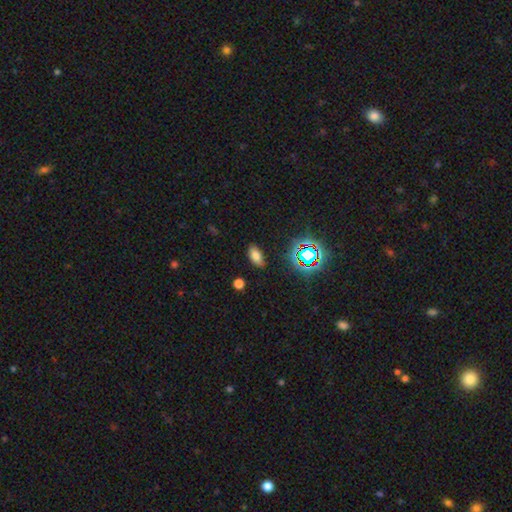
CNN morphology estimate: The model was most divided on "smooth or featured": smooth: 71%, star or artifact: 21%, featured or disk: 8%. More confident: how rounded — in between (90%); merging — none (85%).